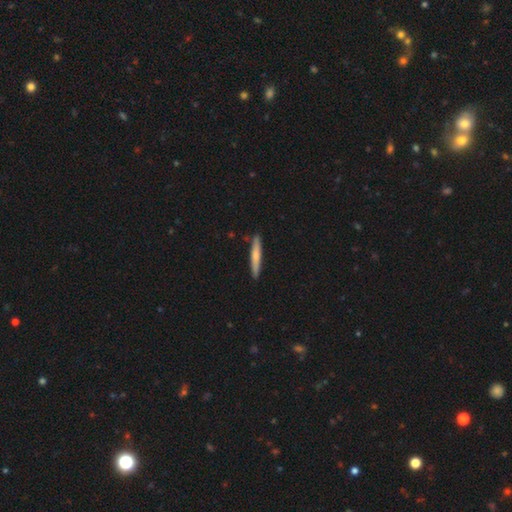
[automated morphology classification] Smooth or featured? smooth (66%)
How rounded? cigar-shaped (95%)
Merging? none (89%)